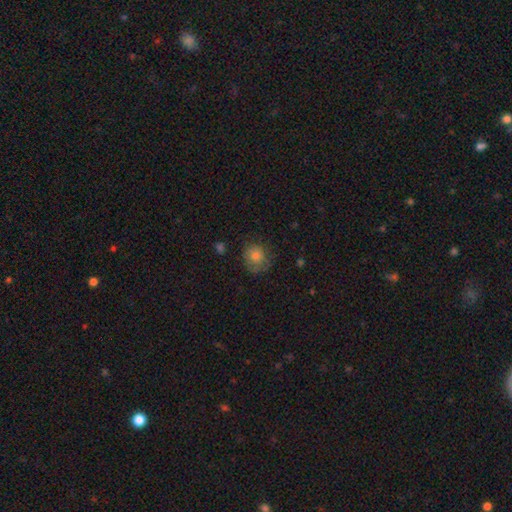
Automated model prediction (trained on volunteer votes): smooth-or-featured: smooth: 76% | featured or disk: 13% | star or artifact: 11%
  how-rounded: round: 80% | in between: 19% | cigar-shaped: 1%
  merging: none: 66% | minor disturbance: 23% | major disturbance: 9% | merger: 2%